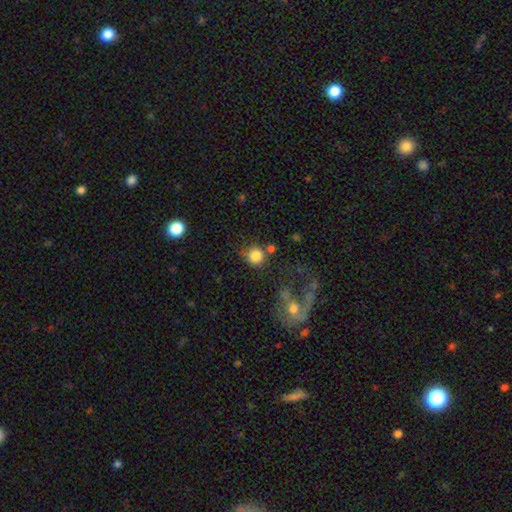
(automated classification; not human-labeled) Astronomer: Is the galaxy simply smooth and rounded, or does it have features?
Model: smooth — 83%.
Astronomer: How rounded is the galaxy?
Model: round — 91%.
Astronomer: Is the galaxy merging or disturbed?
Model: none — 64%.